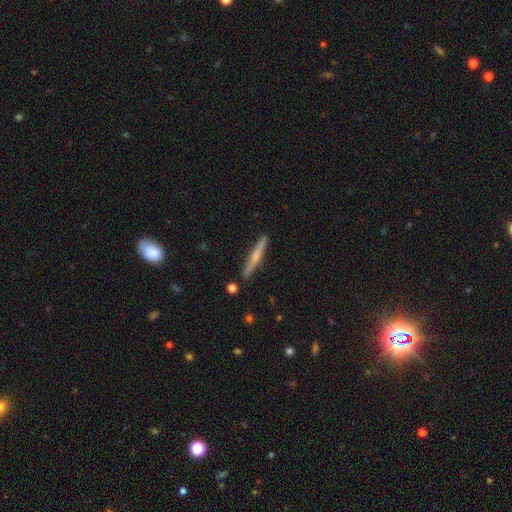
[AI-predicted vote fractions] Morphology: type=featured or disk (56%); edge-on=yes (97%); edge-on bulge=rounded (72%); merging=none (90%).